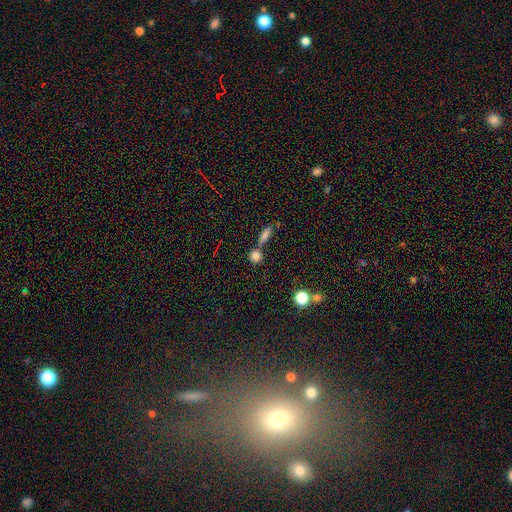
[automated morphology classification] smooth-or-featured: smooth: 79% | star or artifact: 14% | featured or disk: 8%
  how-rounded: round: 81% | in between: 13% | cigar-shaped: 6%
  merging: none: 64% | merger: 24% | minor disturbance: 9% | major disturbance: 4%